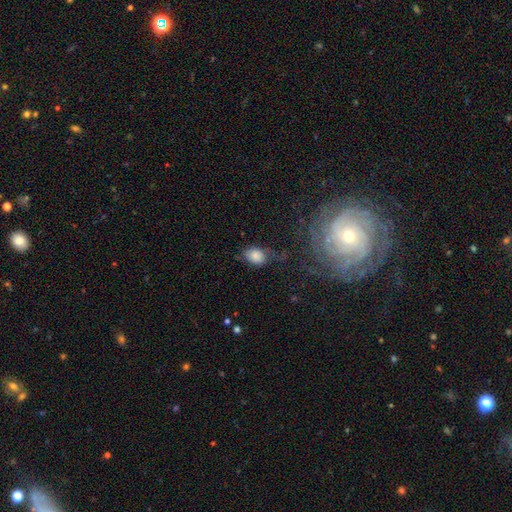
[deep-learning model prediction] Q: Smooth or featured?
A: smooth (82%); runner-up: star or artifact (9%)
Q: How rounded?
A: in between (72%); runner-up: round (26%)
Q: Merging?
A: none (55%); runner-up: minor disturbance (31%)